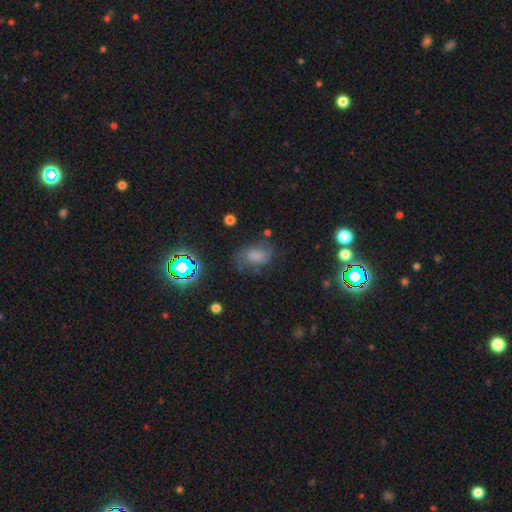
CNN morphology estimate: Smooth or featured?
  - smooth: 47% *
  - featured or disk: 33%
  - star or artifact: 20%
Merging?
  - none: 53% *
  - minor disturbance: 25%
  - major disturbance: 18%
  - merger: 3%